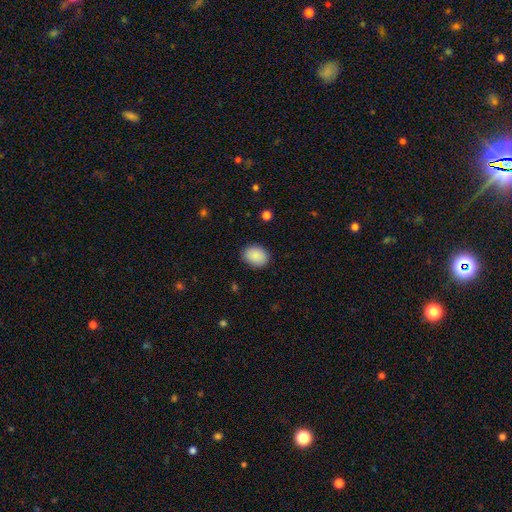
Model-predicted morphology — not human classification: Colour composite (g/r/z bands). It shows a smooth galaxy with no disk features (90%) that is in between round and cigar-shaped (69%). Merging: none (88%).